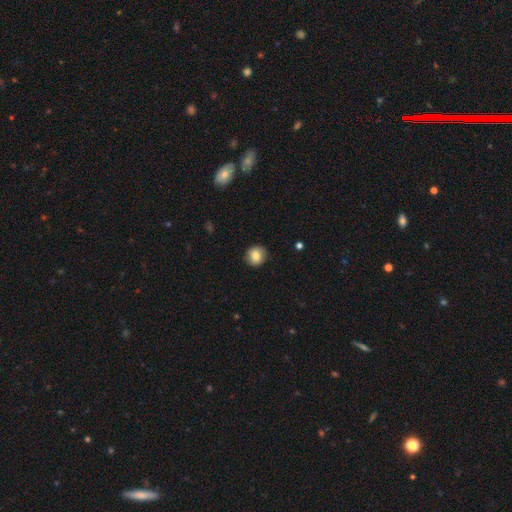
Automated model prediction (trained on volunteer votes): A smooth galaxy with no disk features (81%) that is round (87%). Merging: none (88%).